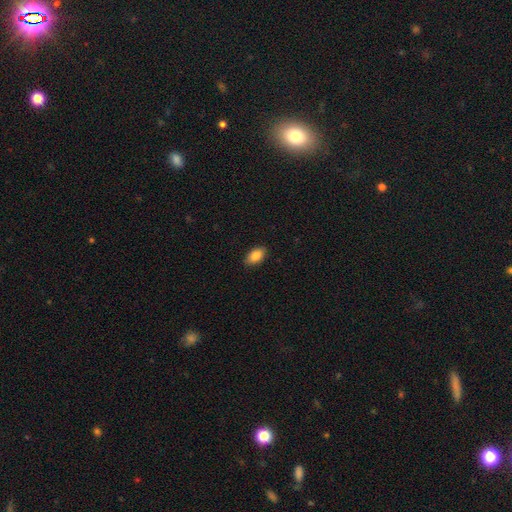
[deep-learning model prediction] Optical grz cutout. It shows a smooth galaxy with no disk features (87%) that is in between round and cigar-shaped (92%). Merging: none (88%).